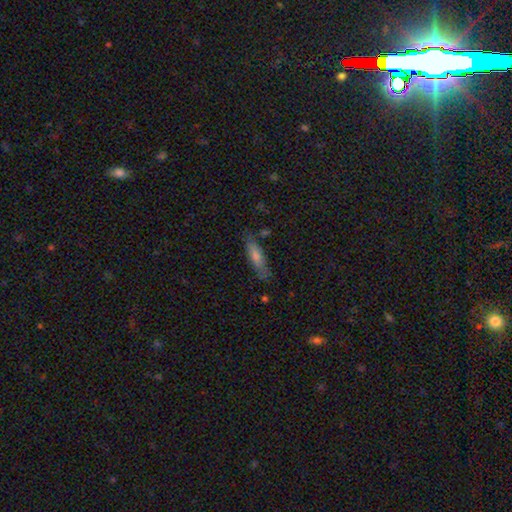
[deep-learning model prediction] smooth_or_featured: smooth (p=0.64) [alt: featured or disk p=0.27]
how_rounded: cigar-shaped (p=0.68) [alt: in between p=0.30]
merging: none (p=0.76) [alt: minor disturbance p=0.17]